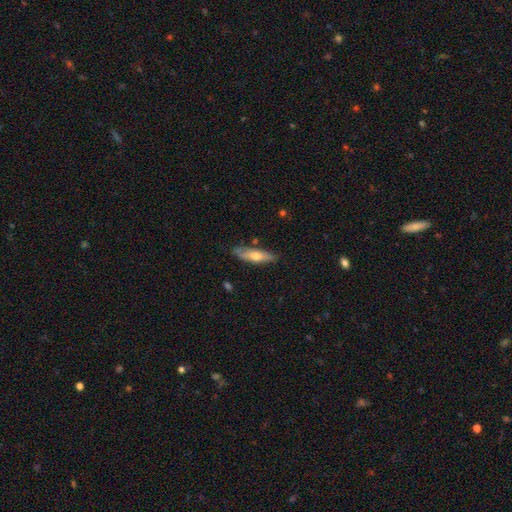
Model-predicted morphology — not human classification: A smooth galaxy with no disk features (55%) that is cigar-shaped (61%). Merging: none (76%).